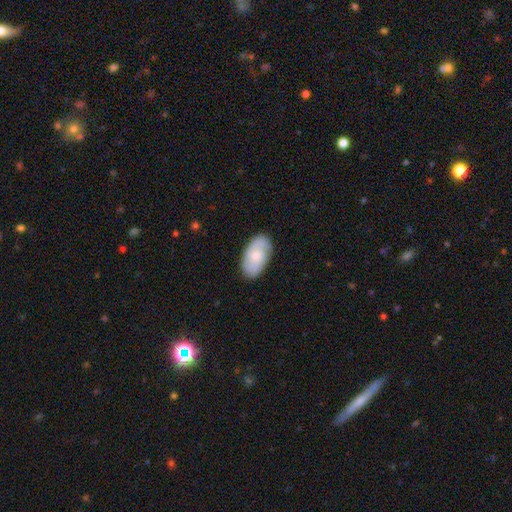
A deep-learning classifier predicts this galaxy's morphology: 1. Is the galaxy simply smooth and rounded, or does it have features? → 51% smooth, 42% featured or disk, 6% star or artifact.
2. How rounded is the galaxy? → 94% in between, 4% round, 2% cigar-shaped.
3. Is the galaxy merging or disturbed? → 80% none, 15% minor disturbance, 3% major disturbance, 1% merger.